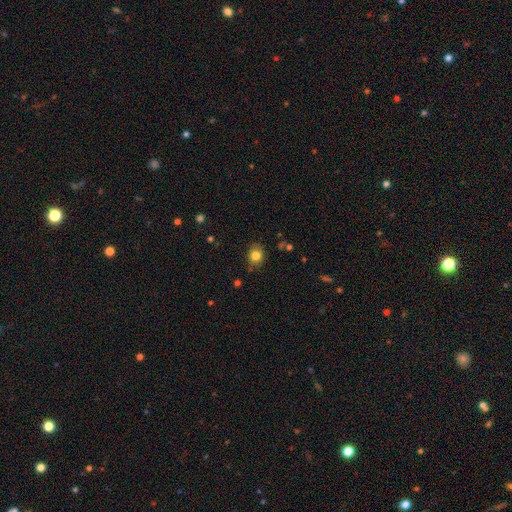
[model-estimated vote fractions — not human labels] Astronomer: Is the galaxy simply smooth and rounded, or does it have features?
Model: smooth — 81%.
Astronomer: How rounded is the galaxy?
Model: round — 64%.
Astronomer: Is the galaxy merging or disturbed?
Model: none — 82%.